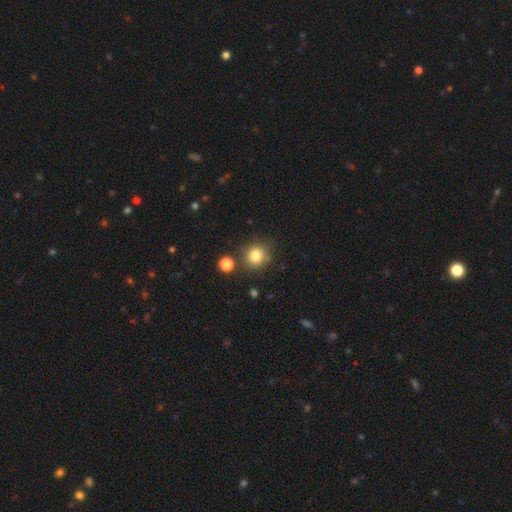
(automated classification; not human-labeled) The model was most divided on "merging": none: 78%, minor disturbance: 11%, merger: 7%, major disturbance: 3%. More confident: how rounded — round (88%); smooth or featured — smooth (81%).